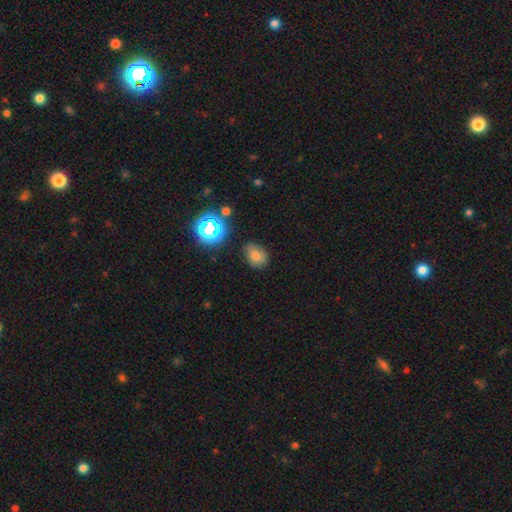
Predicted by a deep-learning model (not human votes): Q: Smooth or featured?
A: smooth (71%); runner-up: star or artifact (19%)
Q: How rounded?
A: in between (59%); runner-up: round (40%)
Q: Merging?
A: none (73%); runner-up: minor disturbance (20%)